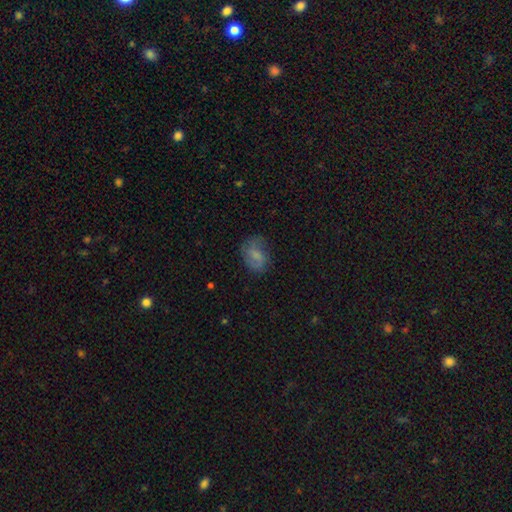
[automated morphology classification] The model was most divided on "merging": none: 61%, minor disturbance: 26%, major disturbance: 12%, merger: 2%. More confident: how rounded — in between (73%); smooth or featured — smooth (68%).